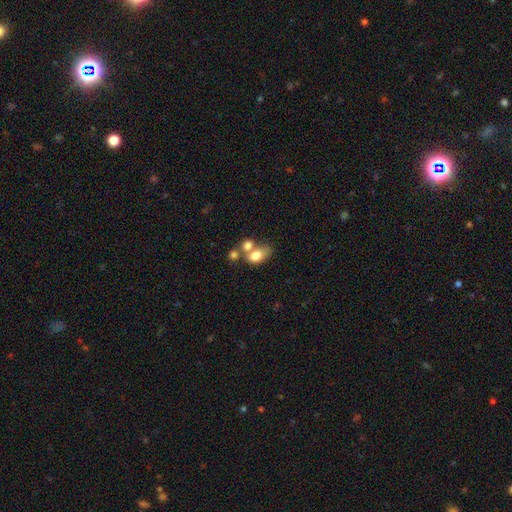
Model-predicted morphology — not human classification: smooth-or-featured: smooth: 74% | featured or disk: 17% | star or artifact: 10%
  how-rounded: in between: 79% | round: 19% | cigar-shaped: 2%
  merging: merger: 54% | none: 28% | minor disturbance: 11% | major disturbance: 7%